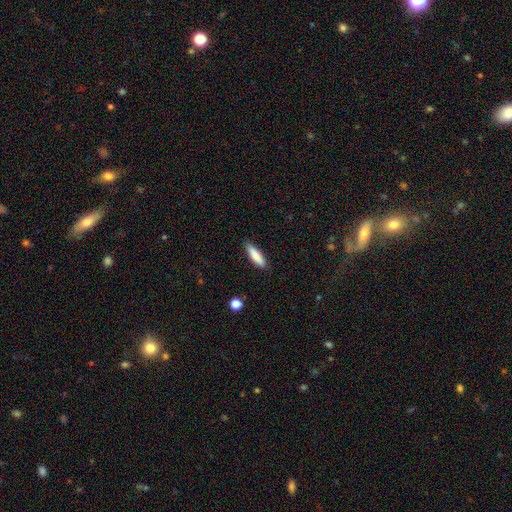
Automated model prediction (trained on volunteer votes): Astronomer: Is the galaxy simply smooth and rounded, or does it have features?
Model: smooth — 84%.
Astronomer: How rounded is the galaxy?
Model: cigar-shaped — 67%.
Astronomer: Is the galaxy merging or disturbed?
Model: none — 86%.